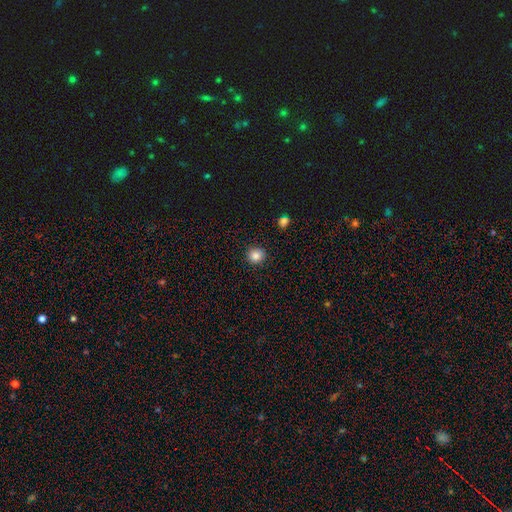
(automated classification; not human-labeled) A smooth galaxy with no disk features (84%) that is round (90%). Merging: none (90%).